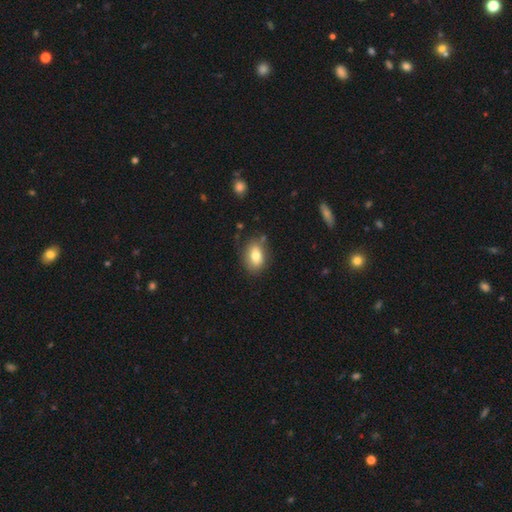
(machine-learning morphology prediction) The model was most divided on "smooth or featured": smooth: 76%, featured or disk: 16%, star or artifact: 8%. More confident: how rounded — in between (81%); merging — none (78%).